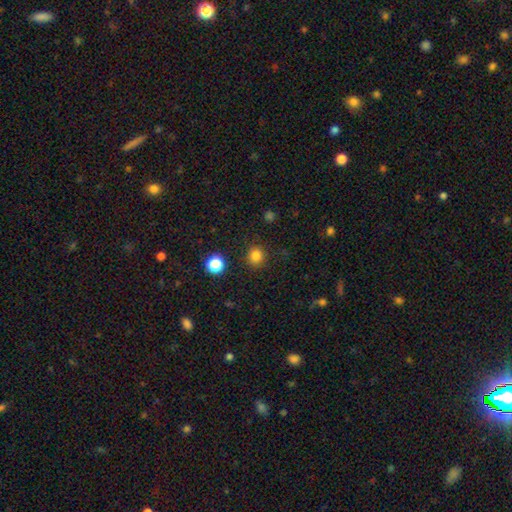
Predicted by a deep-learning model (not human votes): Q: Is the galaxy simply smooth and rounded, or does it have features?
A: smooth — 82%.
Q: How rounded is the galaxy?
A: round — 90%.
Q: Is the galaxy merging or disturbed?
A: none — 89%.